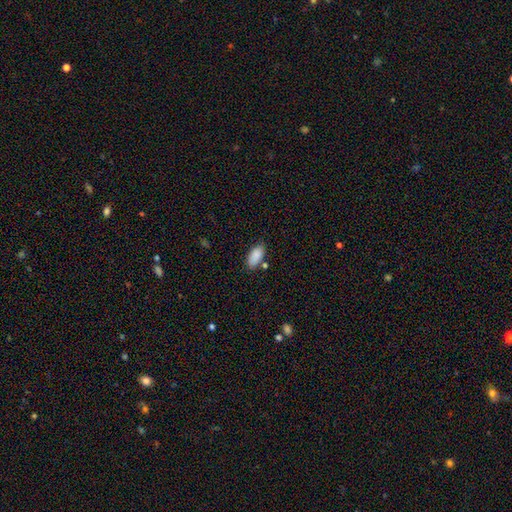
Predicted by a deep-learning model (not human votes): Smooth or featured? smooth (88%)
How rounded? in between (91%)
Merging? none (72%)